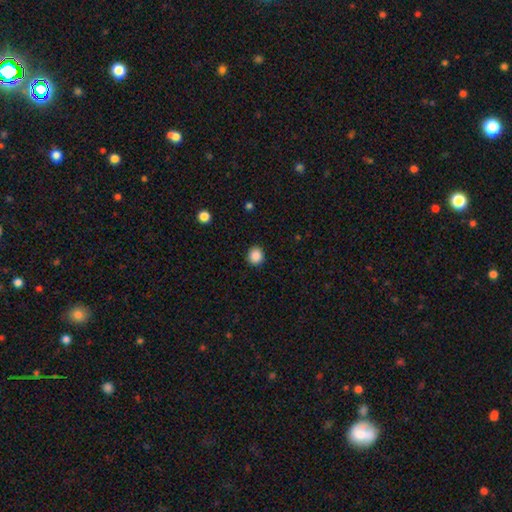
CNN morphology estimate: Q: Smooth or featured?
A: smooth (88%); runner-up: star or artifact (10%)
Q: How rounded?
A: round (85%); runner-up: in between (14%)
Q: Merging?
A: none (90%); runner-up: minor disturbance (7%)